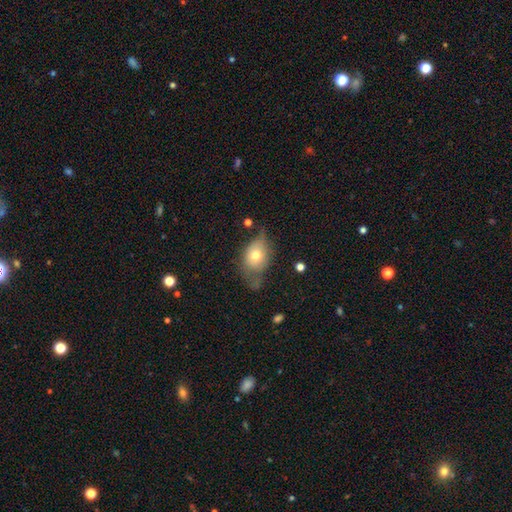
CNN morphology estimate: type=smooth (65%); roundness=in between (69%); merging=minor disturbance (36%, tied with none).